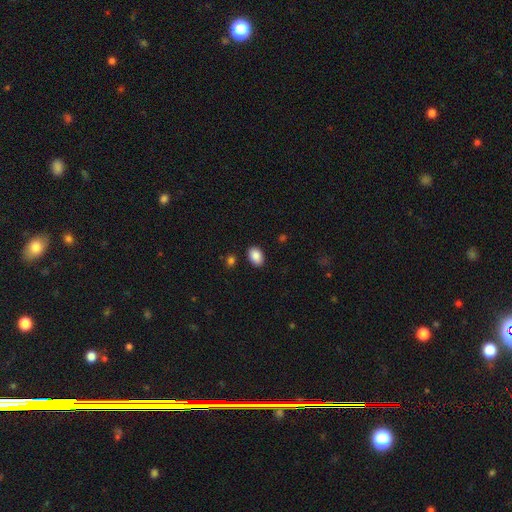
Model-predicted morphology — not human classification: Smooth or featured? Predicted: smooth (p=0.88). How rounded? Predicted: in between (p=0.85). Merging? Predicted: none (p=0.86).